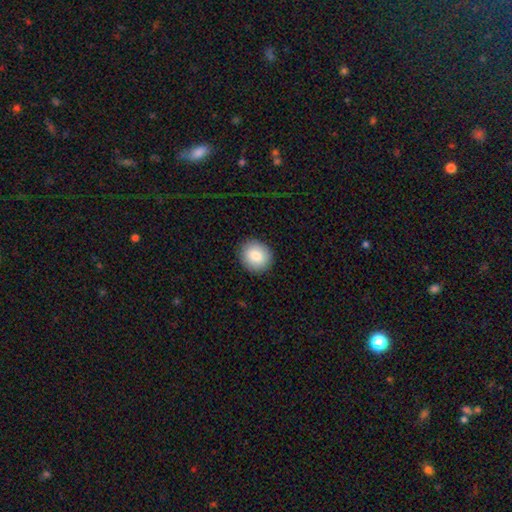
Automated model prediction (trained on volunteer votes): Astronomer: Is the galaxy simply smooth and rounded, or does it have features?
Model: smooth — 84%.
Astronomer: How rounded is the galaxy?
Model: round — 79%.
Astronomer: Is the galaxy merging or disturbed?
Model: none — 90%.